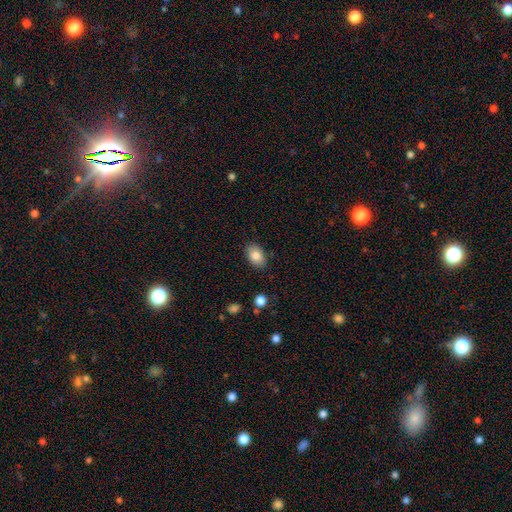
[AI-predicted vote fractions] smooth-or-featured: smooth: 84% | featured or disk: 9% | star or artifact: 8%
  how-rounded: in between: 88% | round: 11% | cigar-shaped: 1%
  merging: none: 86% | minor disturbance: 10% | major disturbance: 2% | merger: 1%